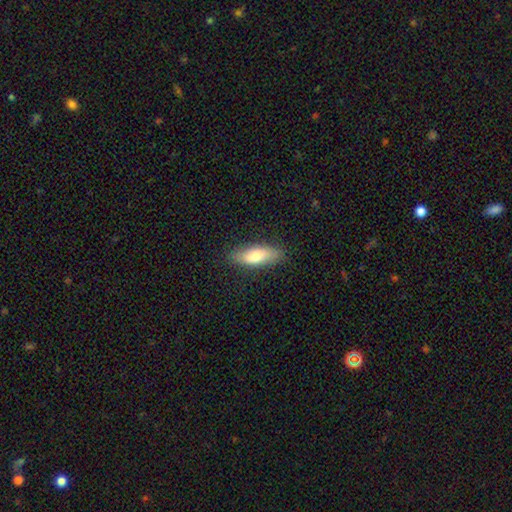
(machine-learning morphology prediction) type=smooth (75%); roundness=in between (64%); merging=none (84%).